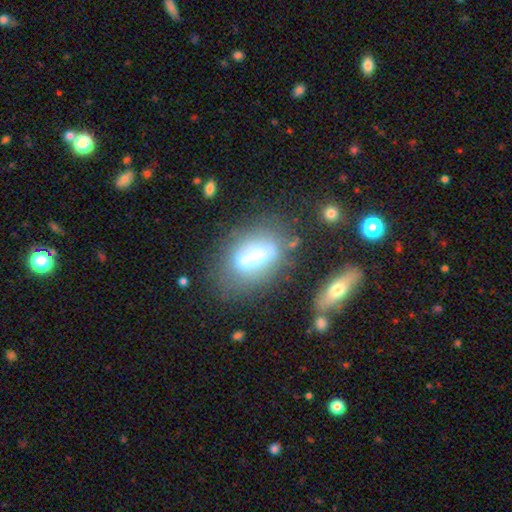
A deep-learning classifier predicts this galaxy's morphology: Overall: smooth (47%; featured or disk 40%). Merging: none (43%; merger 26%).